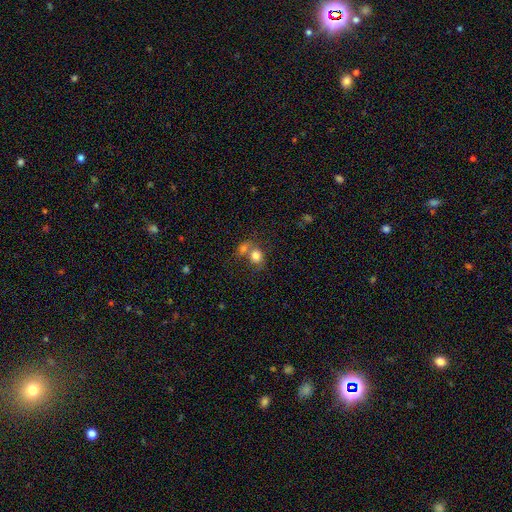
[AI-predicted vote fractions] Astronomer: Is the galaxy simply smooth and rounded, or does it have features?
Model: smooth — 79%.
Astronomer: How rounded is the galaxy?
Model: round — 68%.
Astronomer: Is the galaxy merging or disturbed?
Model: merger — 48% (runner-up: none, 36%).